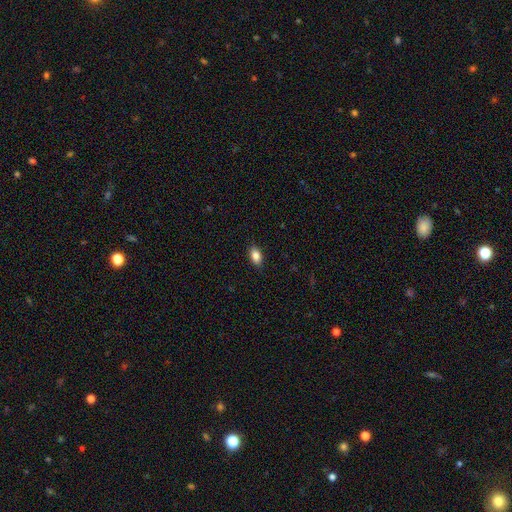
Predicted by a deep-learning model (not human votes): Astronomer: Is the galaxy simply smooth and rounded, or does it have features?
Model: smooth — 85%.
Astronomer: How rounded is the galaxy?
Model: in between — 89%.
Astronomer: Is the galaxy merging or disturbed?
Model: none — 88%.